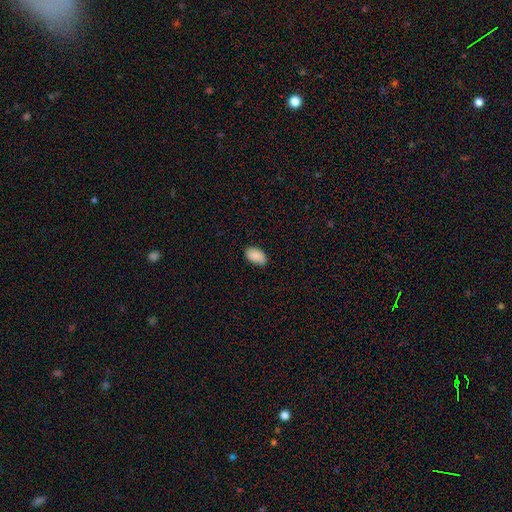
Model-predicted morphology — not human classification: A smooth galaxy with no disk features (90%) that is in between round and cigar-shaped (95%). Merging: none (84%).